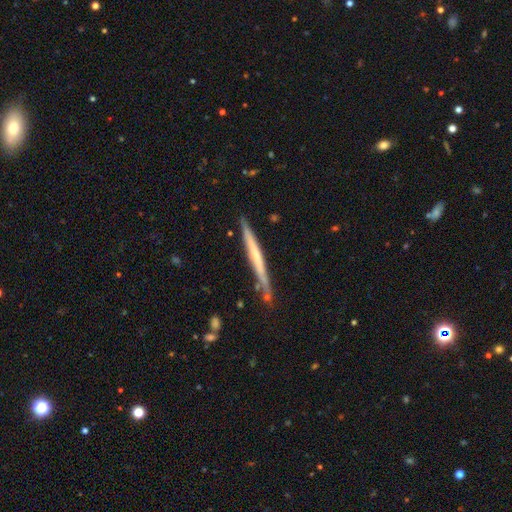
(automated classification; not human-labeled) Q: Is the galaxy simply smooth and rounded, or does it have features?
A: featured or disk — 54%.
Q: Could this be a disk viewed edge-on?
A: yes — 96%.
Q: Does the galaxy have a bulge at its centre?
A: none — 78%.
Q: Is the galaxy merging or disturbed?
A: none — 81%.